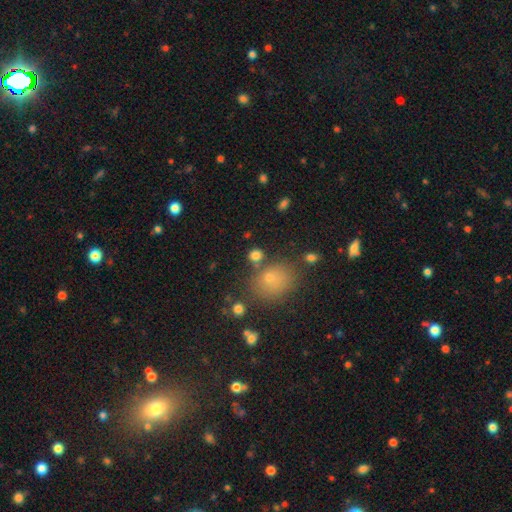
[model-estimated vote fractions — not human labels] smooth_or_featured: smooth (p=0.79) [alt: star or artifact p=0.14]
how_rounded: round (p=0.79) [alt: in between p=0.20]
merging: none (p=0.69) [alt: merger p=0.15]